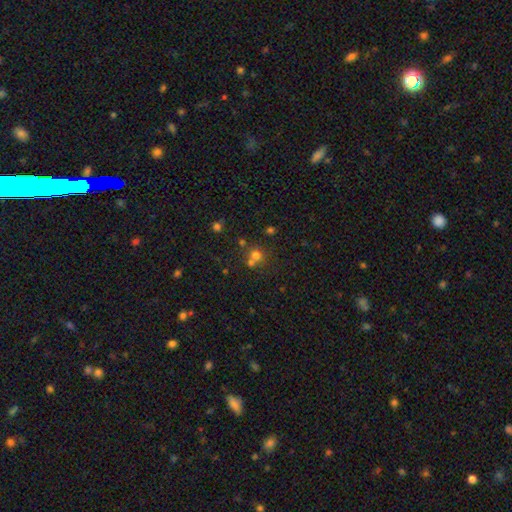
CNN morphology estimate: smooth-or-featured: smooth: 66% | star or artifact: 22% | featured or disk: 13%
  how-rounded: round: 85% | in between: 14% | cigar-shaped: 1%
  merging: none: 48% | merger: 40% | minor disturbance: 8% | major disturbance: 4%